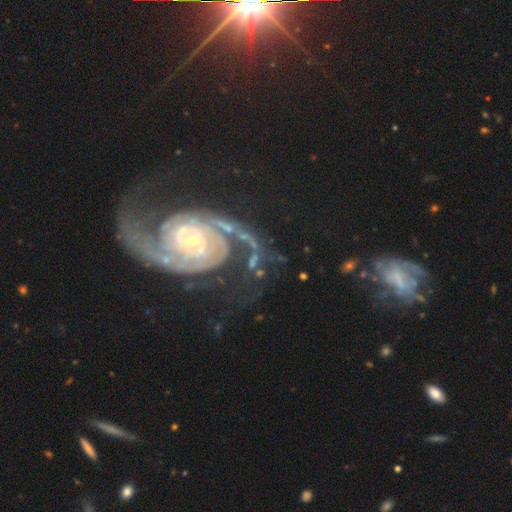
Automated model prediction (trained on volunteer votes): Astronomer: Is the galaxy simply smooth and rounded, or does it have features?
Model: featured or disk — 89%.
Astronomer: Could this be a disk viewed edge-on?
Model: no — 97%.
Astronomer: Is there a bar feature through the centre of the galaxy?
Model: no — 55%.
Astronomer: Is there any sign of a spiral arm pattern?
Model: yes — 98%.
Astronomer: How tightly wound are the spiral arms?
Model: tight — 48% (runner-up: medium, 39%).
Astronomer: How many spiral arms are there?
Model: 2 — 72%.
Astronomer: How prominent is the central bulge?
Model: small — 71%.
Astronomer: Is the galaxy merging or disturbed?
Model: none — 61%.